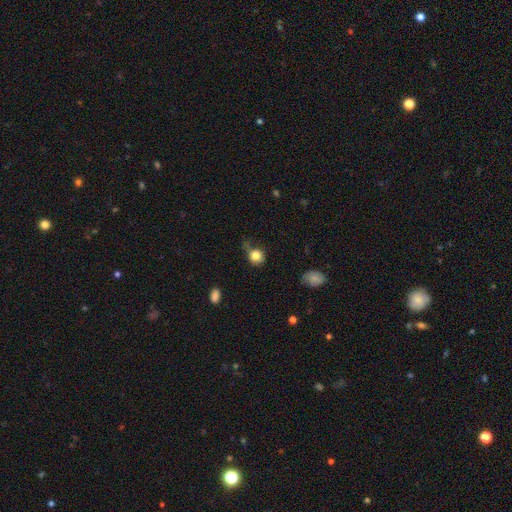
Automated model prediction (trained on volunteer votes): smooth 82%, star or artifact 10%, featured or disk 8%. Down the decision tree: how rounded — round (80%); merging — none (49%).